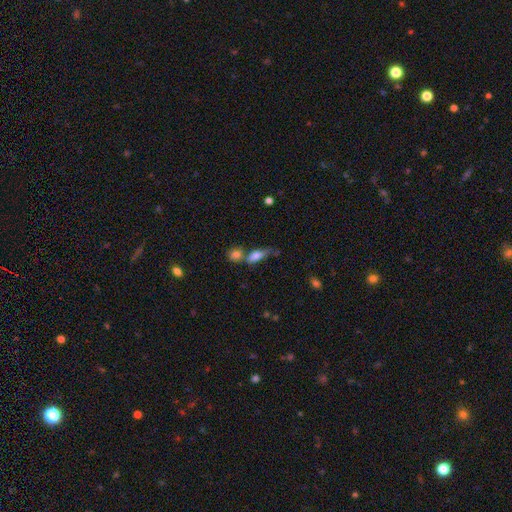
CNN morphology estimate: The model was most divided on "merging": none: 39%, merger: 35%, minor disturbance: 17%, major disturbance: 9%. More confident: smooth or featured — smooth (74%); how rounded — in between (67%).